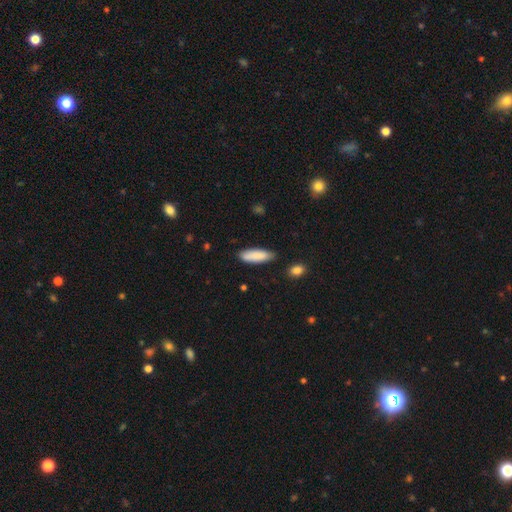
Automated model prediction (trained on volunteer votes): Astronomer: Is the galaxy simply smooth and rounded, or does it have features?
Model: smooth — 87%.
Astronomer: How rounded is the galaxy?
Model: in between — 52% (runner-up: cigar-shaped, 47%).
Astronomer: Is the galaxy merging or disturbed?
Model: none — 81%.